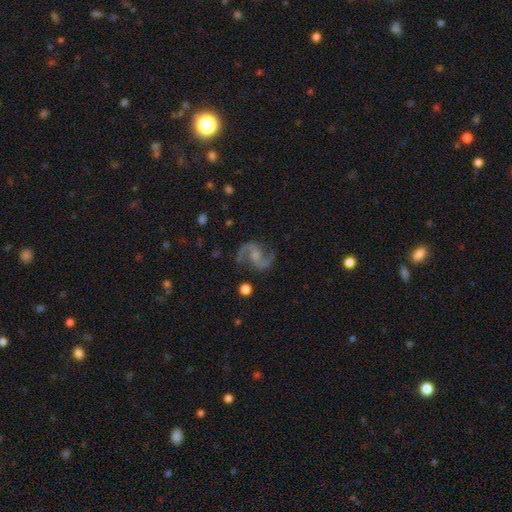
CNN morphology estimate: A featured or disk galaxy (92%) with no bar (49%), 2 (94%) medium (53%) spiral arms (98%) and a small central bulge (41%).

Vote fractions:
- Smooth or featured? featured or disk: 92% / star or artifact: 5% / smooth: 4%
- Edge-on disk? no: 98% / yes: 2%
- Bar? no: 49% / weak: 40% / strong: 11%
- Spiral arms? yes: 98% / no: 2%
- Spiral winding? medium: 53% / loose: 39% / tight: 8%
- Spiral arm count? 2: 94% / can't tell: 1% / 3: 1% / 1: 1% / 4: 1% / more than 4: 1%
- Bulge size? small: 41% / moderate: 35% / none: 19% / large: 4% / dominant: 1%
- Merging? none: 80% / minor disturbance: 13% / major disturbance: 5% / merger: 2%